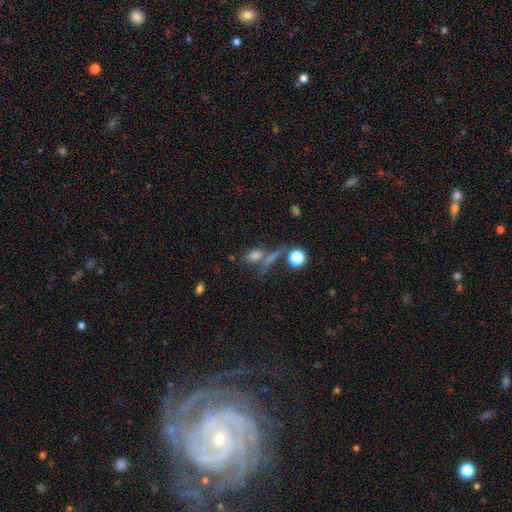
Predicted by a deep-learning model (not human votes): A smooth galaxy with no disk features (57%) that is in between round and cigar-shaped (46%). Merging: none (51%).